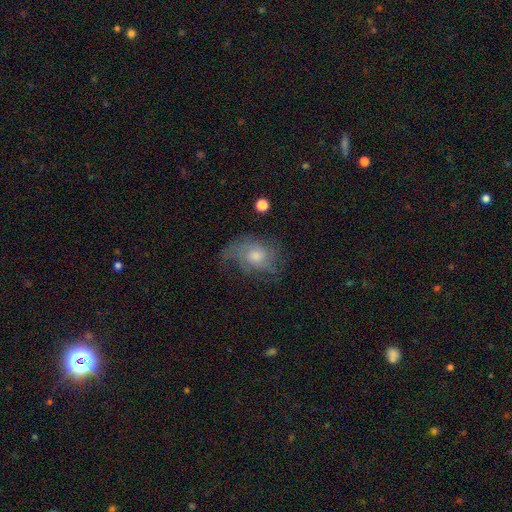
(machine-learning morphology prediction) A featured or disk galaxy (57%) with no bar (77%), spiral arms (81%) and a moderate central bulge (58%). Merging: none (51%).